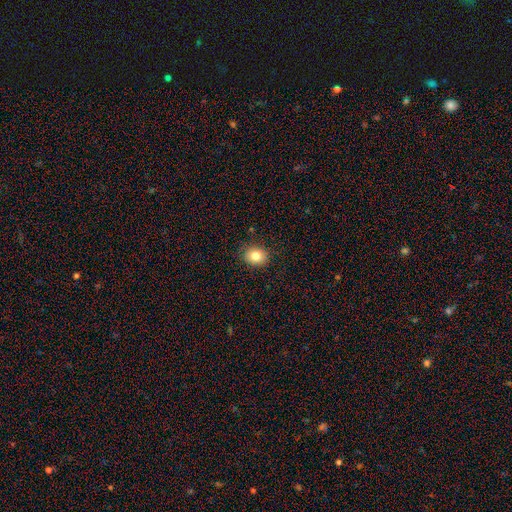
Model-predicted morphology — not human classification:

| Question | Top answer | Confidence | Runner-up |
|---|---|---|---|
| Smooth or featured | smooth | 82% | star or artifact (10%) |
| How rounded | round | 64% | in between (35%) |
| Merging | none | 88% | minor disturbance (9%) |